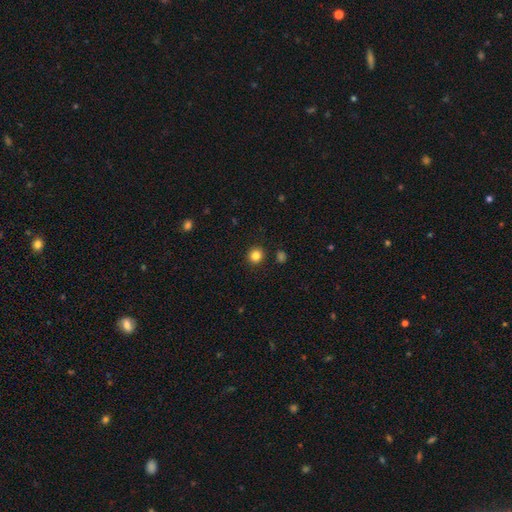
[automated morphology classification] Q: Smooth or featured?
A: smooth (84%); runner-up: star or artifact (12%)
Q: How rounded?
A: round (91%); runner-up: in between (8%)
Q: Merging?
A: none (91%); runner-up: minor disturbance (5%)